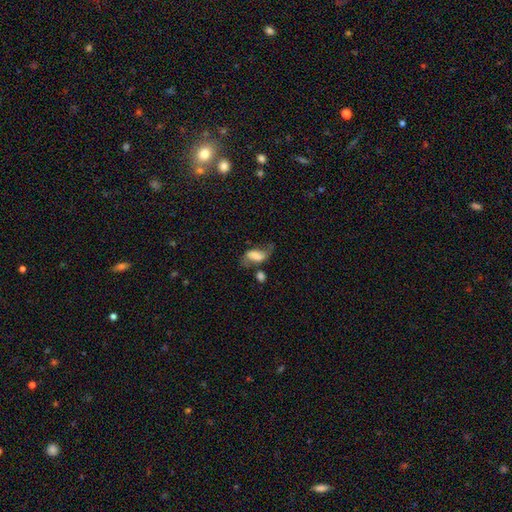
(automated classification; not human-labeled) A smooth galaxy with no disk features (48%).

Vote fractions:
- Smooth or featured? smooth: 48% / featured or disk: 41% / star or artifact: 11%
- Merging? none: 37% / major disturbance: 24% / minor disturbance: 23% / merger: 16%